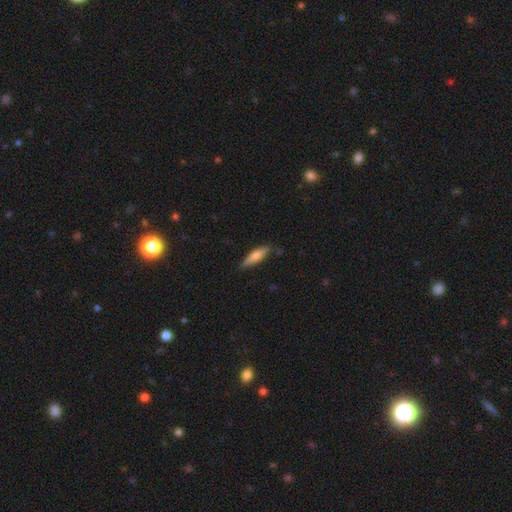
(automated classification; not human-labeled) Q: Smooth or featured?
A: smooth (64%); runner-up: featured or disk (30%)
Q: How rounded?
A: cigar-shaped (72%); runner-up: in between (26%)
Q: Merging?
A: none (81%); runner-up: minor disturbance (14%)